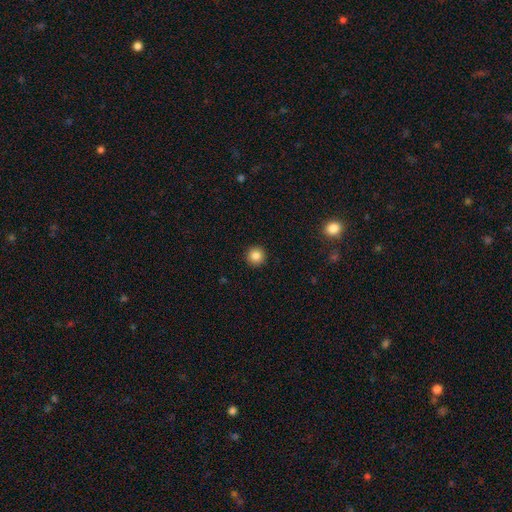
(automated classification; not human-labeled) This is clearly a smooth galaxy (85%). How rounded: clearly round (96%). Merging: clearly none (93%).